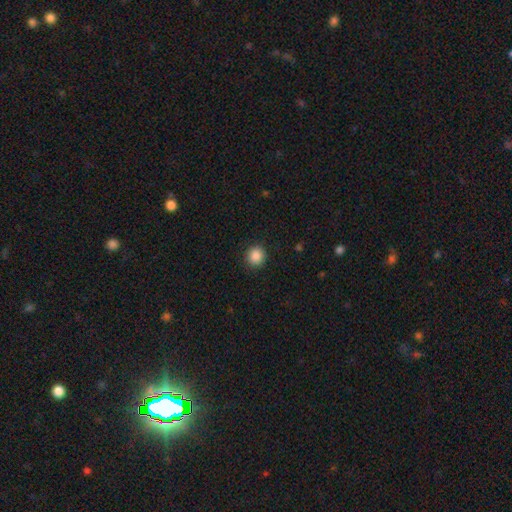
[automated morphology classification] A smooth galaxy with no disk features (87%) that is round (90%).

Vote fractions:
- Smooth or featured? smooth: 87% / star or artifact: 10% / featured or disk: 3%
- How rounded? round: 90% / in between: 9% / cigar-shaped: 1%
- Merging? none: 90% / minor disturbance: 7% / major disturbance: 2% / merger: 1%